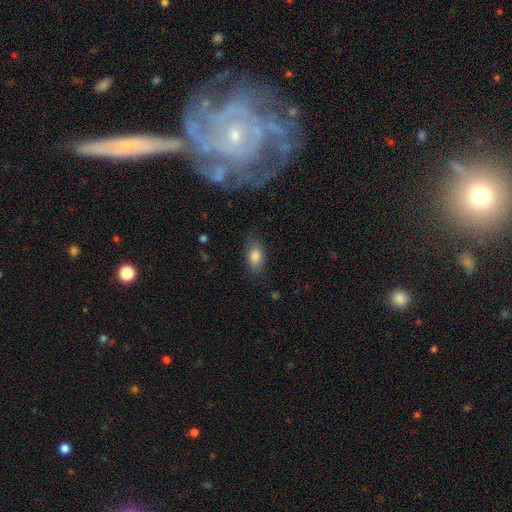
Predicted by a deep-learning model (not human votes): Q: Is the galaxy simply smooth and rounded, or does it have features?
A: smooth — 84%.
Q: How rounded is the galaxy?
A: in between — 89%.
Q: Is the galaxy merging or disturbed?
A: none — 80%.